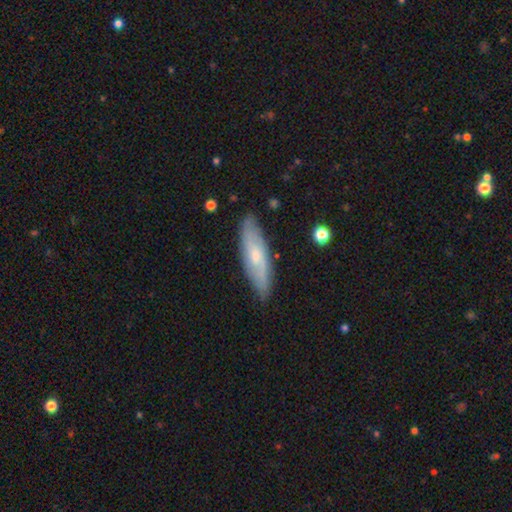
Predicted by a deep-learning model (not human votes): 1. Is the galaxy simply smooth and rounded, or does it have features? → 50% featured or disk, 44% smooth, 6% star or artifact.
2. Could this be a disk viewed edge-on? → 62% no, 38% yes.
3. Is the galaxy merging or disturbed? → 84% none, 13% minor disturbance, 2% major disturbance, 1% merger.